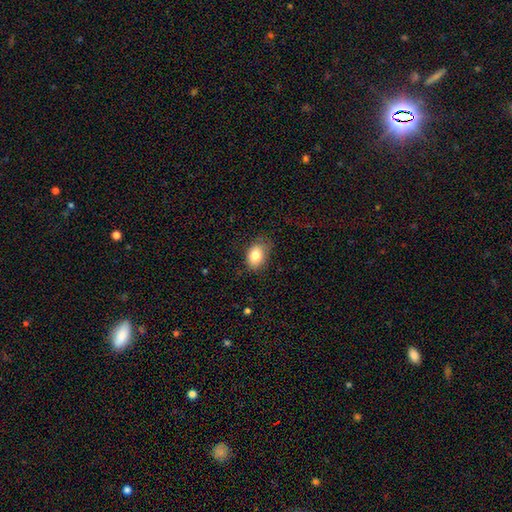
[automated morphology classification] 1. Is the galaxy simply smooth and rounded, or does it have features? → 81% smooth, 10% featured or disk, 8% star or artifact.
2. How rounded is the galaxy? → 82% in between, 17% round, 1% cigar-shaped.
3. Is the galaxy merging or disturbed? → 65% none, 26% minor disturbance, 8% major disturbance, 1% merger.